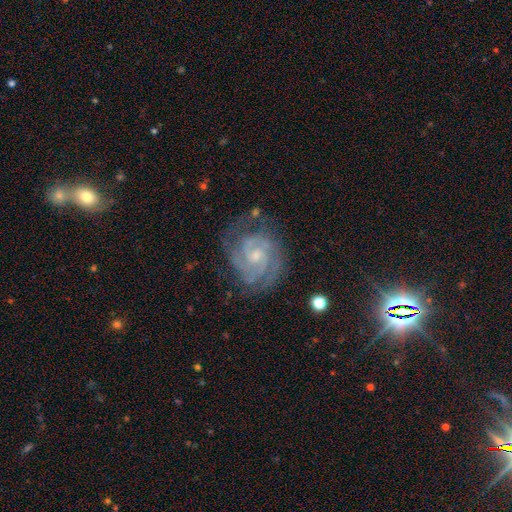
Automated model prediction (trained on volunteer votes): Morphology: type=featured or disk (89%); edge-on=no (98%); bar=no (56%); spiral arms=yes (98%); winding=tight (69%); arm count=2 (45%); bulge=small (63%); merging=none (73%).